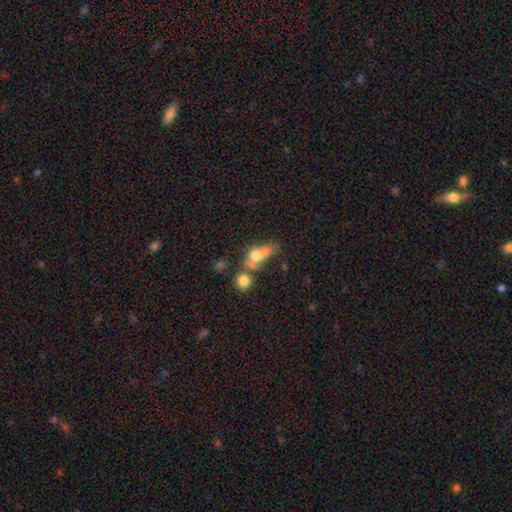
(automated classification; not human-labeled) Smooth or featured?
  - smooth: 61% *
  - featured or disk: 26%
  - star or artifact: 13%
How rounded?
  - in between: 59% *
  - round: 25%
  - cigar-shaped: 16%
Merging?
  - merger: 39% *
  - none: 26%
  - major disturbance: 18%
  - minor disturbance: 16%